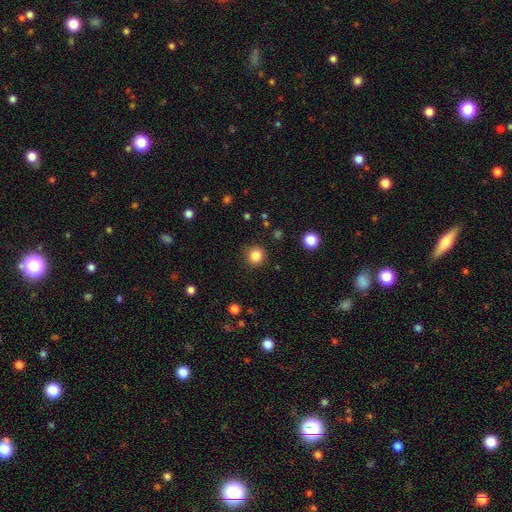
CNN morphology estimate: Smooth or featured: smooth — 84% (star or artifact — 12%)
How rounded: round — 94% (in between — 5%)
Merging: none — 90% (minor disturbance — 6%)